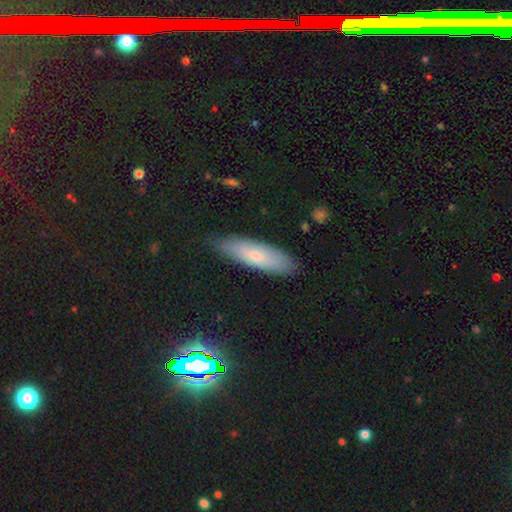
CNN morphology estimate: smooth-or-featured: smooth: 67% | featured or disk: 26% | star or artifact: 7%
  how-rounded: cigar-shaped: 52% | in between: 47% | round: 2%
  merging: none: 83% | minor disturbance: 14% | major disturbance: 2% | merger: 1%